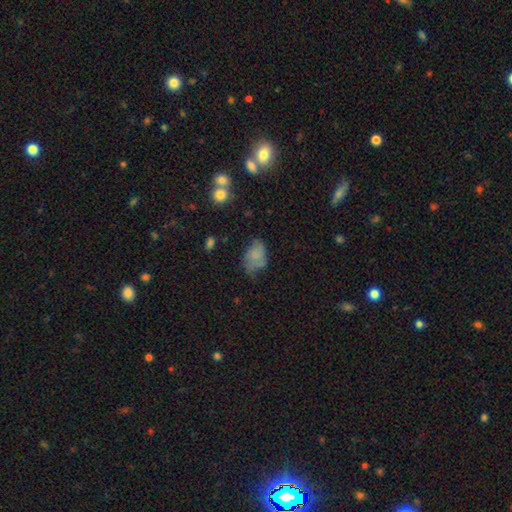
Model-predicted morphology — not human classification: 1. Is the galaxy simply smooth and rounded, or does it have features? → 62% smooth, 27% featured or disk, 11% star or artifact.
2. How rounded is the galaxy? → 82% in between, 17% round, 1% cigar-shaped.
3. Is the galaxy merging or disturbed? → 43% none, 35% minor disturbance, 19% major disturbance, 3% merger.